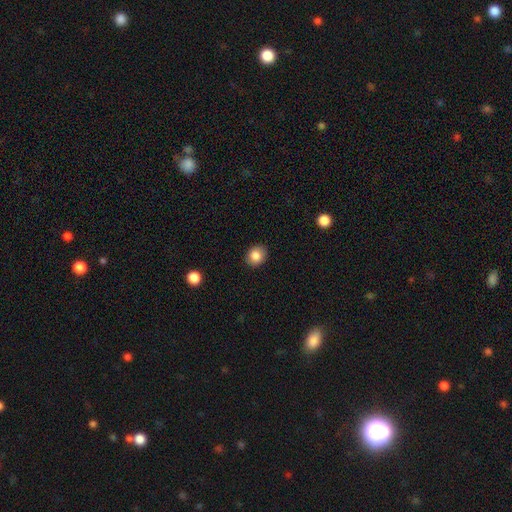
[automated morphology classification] The model was most divided on "how rounded": round: 56%, in between: 43%, cigar-shaped: 1%. More confident: merging — none (88%); smooth or featured — smooth (85%).